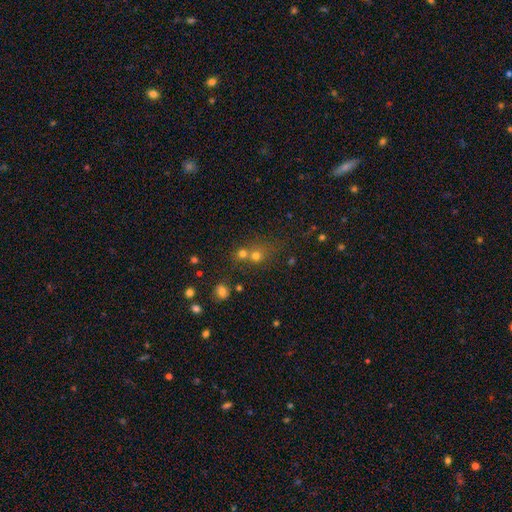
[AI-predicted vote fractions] This appears to be a smooth galaxy with no disk features (62%) that is round (83%). Merging: none (47%).